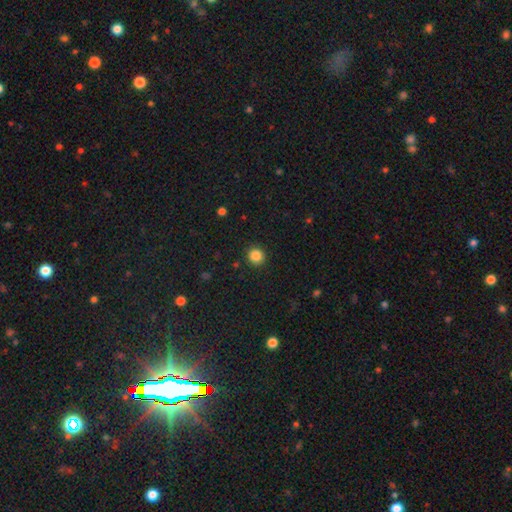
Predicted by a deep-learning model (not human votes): Morphology: type=smooth (85%); roundness=round (93%); merging=none (92%).